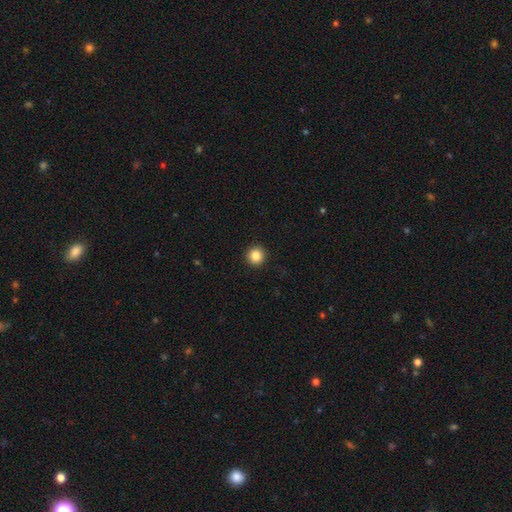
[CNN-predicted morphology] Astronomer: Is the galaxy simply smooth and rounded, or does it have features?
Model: smooth — 86%.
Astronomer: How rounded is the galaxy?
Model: round — 96%.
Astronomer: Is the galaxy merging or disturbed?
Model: none — 93%.